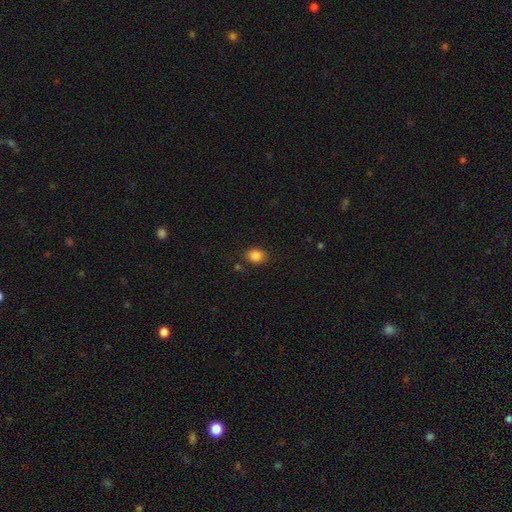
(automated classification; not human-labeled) A smooth galaxy with no disk features (85%) that is round (52%). Merging: none (83%).